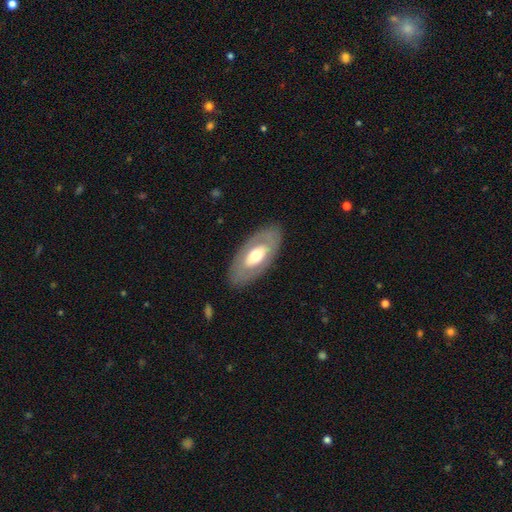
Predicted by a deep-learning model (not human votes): This appears to be a featured or disk galaxy (54%). Merging: none (84%).